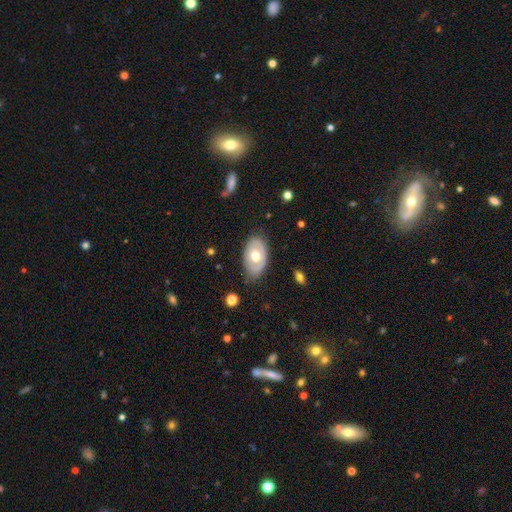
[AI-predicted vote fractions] Smooth or featured?
  - smooth: 50% *
  - featured or disk: 45%
  - star or artifact: 6%
Merging?
  - none: 75% *
  - minor disturbance: 19%
  - major disturbance: 5%
  - merger: 1%